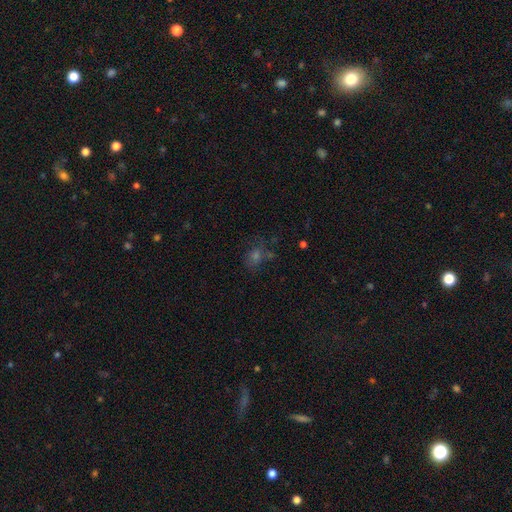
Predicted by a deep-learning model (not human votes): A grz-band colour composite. It shows a smooth galaxy with no disk features (44%). Merging: none (63%).